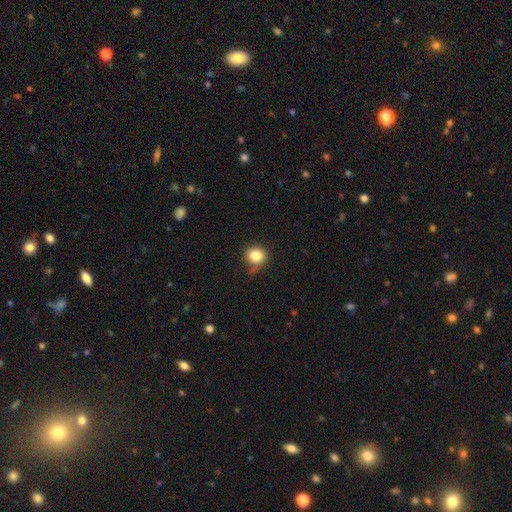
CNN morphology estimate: This is clearly a smooth galaxy (83%). How rounded: clearly round (88%). Merging: likely none (74%).